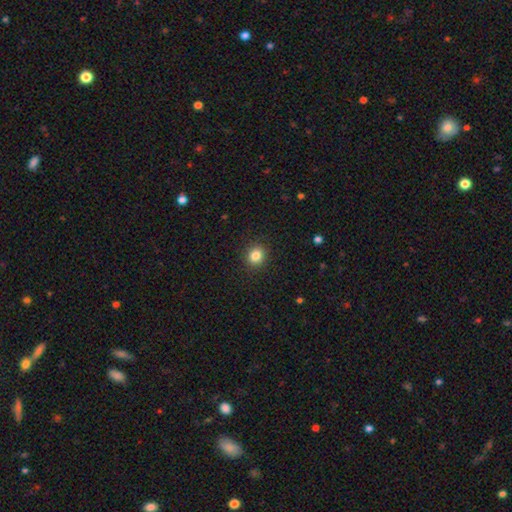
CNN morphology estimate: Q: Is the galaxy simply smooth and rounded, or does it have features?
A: smooth — 84%.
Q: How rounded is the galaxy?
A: round — 81%.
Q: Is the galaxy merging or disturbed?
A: none — 91%.